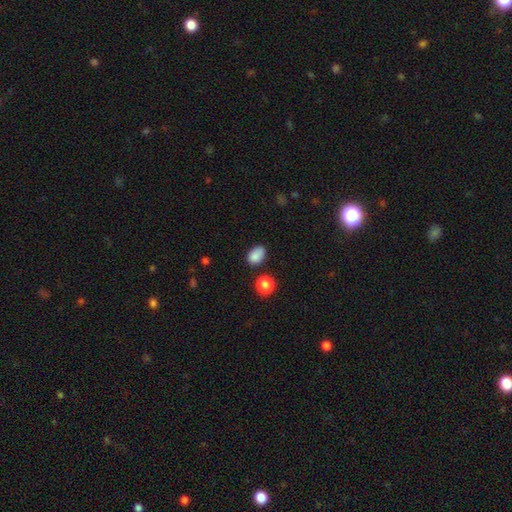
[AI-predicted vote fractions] This appears to be a smooth galaxy with no disk features (84%) that is in between round and cigar-shaped (80%). Merging: none (65%).